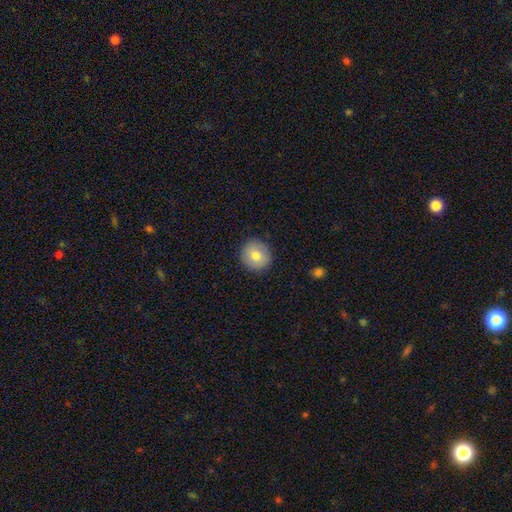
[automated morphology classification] This is likely a smooth galaxy (76%). How rounded: clearly round (91%). Merging: clearly none (90%).